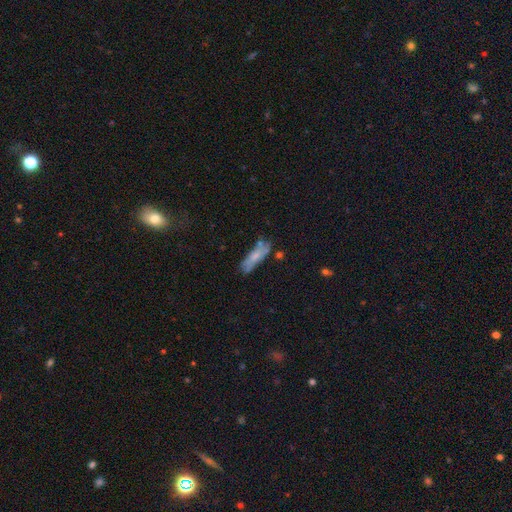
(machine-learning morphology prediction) This is possibly a smooth galaxy (58%). How rounded: likely cigar-shaped (63%). Merging: possibly none (59%).